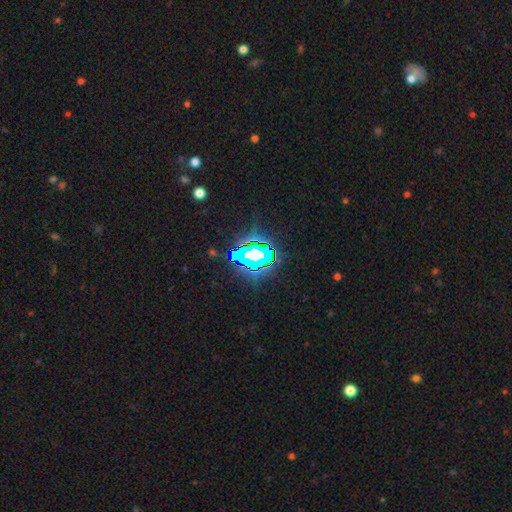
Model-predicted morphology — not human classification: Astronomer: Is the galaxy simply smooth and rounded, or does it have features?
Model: star or artifact — 64%.